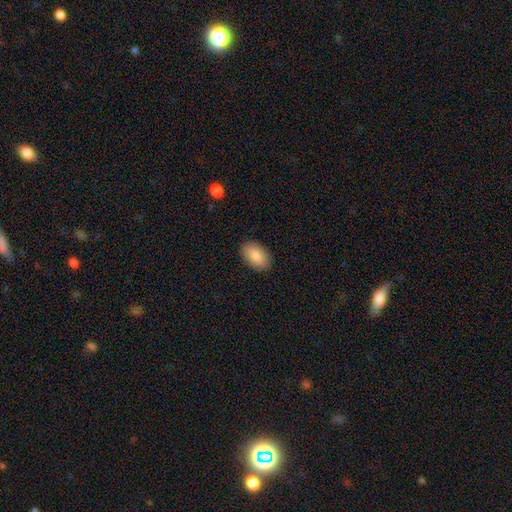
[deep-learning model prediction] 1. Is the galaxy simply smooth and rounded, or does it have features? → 88% smooth, 6% star or artifact, 6% featured or disk.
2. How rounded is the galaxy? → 93% in between, 6% round, 1% cigar-shaped.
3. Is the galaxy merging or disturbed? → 88% none, 9% minor disturbance, 2% major disturbance, 1% merger.